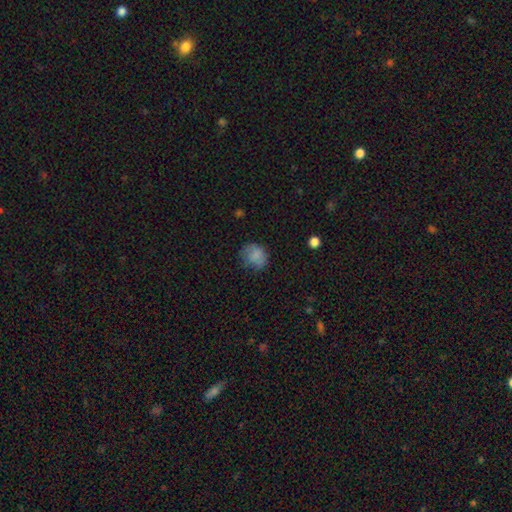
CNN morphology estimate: Smooth or featured? Predicted: smooth (p=0.80). How rounded? Predicted: round (p=0.68). Merging? Predicted: none (p=0.61).